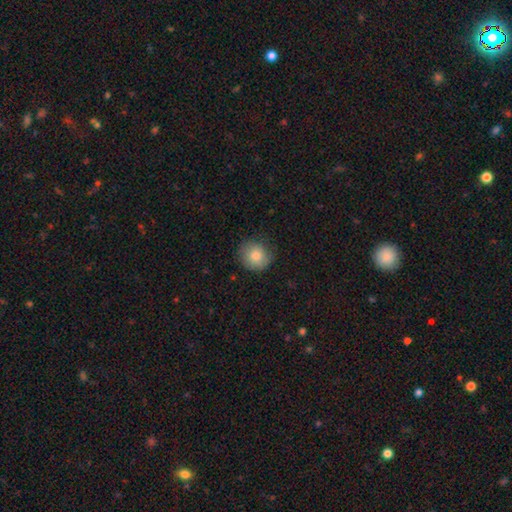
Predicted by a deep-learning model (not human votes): Overall: smooth (81%). How rounded: round (88%). Merging: none (77%).